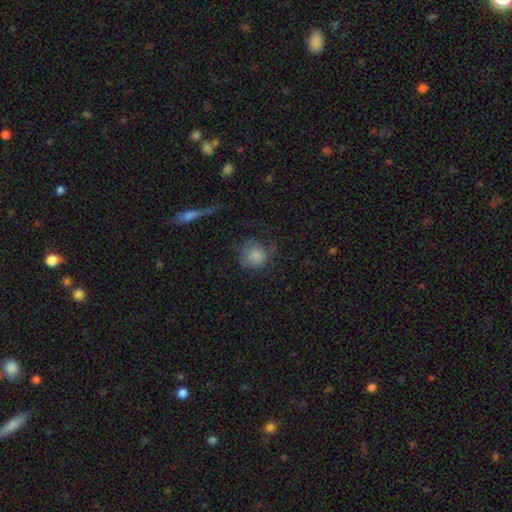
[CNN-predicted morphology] Smooth or featured: smooth — 77% (featured or disk — 13%)
How rounded: round — 81% (in between — 18%)
Merging: none — 47% (major disturbance — 26%)